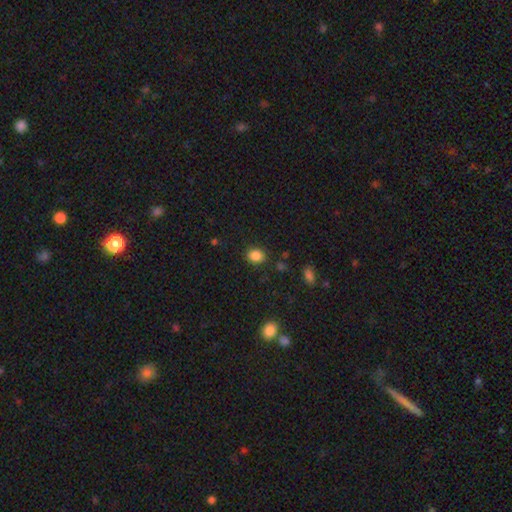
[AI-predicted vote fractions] Overall: smooth (85%). How rounded: in between (53%; round 46%). Merging: none (85%).